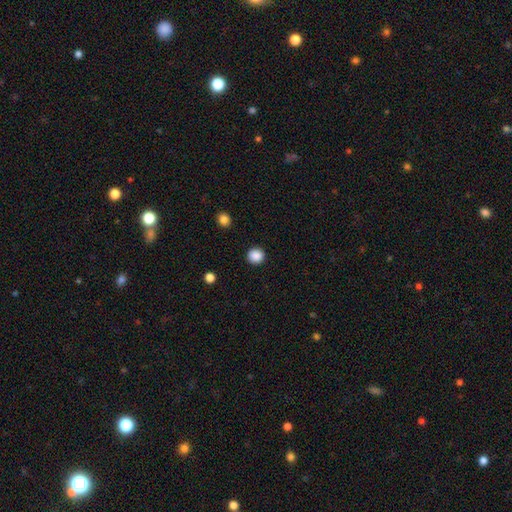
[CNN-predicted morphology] This appears to be a smooth galaxy with no disk features (88%) that is round (92%). Merging: none (92%).